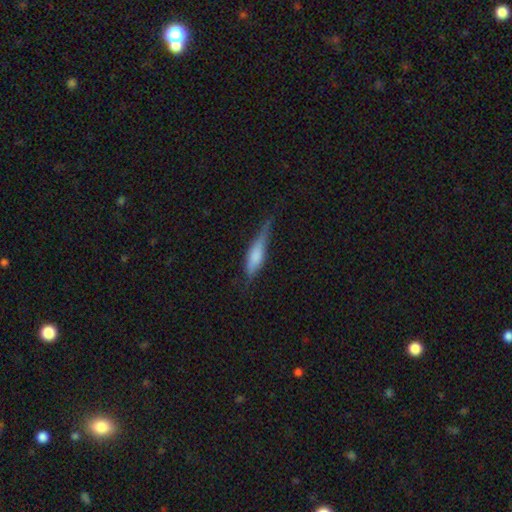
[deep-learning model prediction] smooth 60%, featured or disk 33%, star or artifact 7%. Down the decision tree: how rounded — cigar-shaped (66%); merging — none (55%).